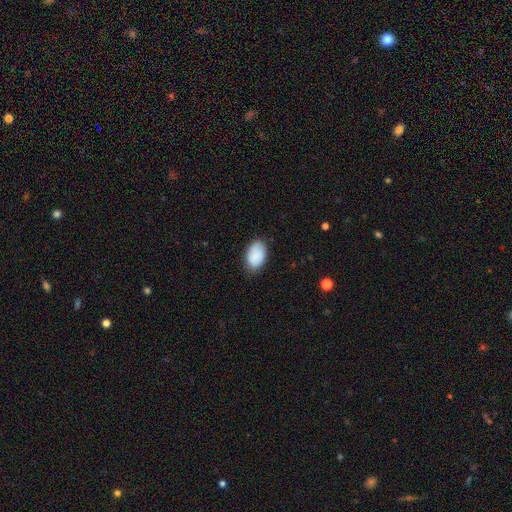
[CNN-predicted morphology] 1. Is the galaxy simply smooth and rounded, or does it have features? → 89% smooth, 6% star or artifact, 5% featured or disk.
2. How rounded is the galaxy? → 92% in between, 7% round, 1% cigar-shaped.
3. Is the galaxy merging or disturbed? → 79% none, 17% minor disturbance, 3% major disturbance, 1% merger.